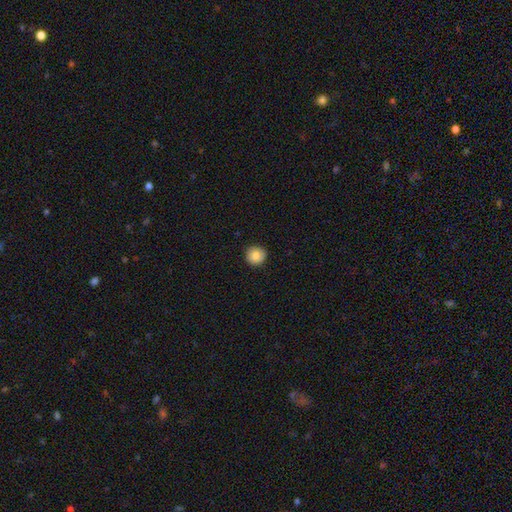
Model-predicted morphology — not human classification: This appears to be a smooth galaxy with no disk features (84%) that is round (95%). Merging: none (90%).